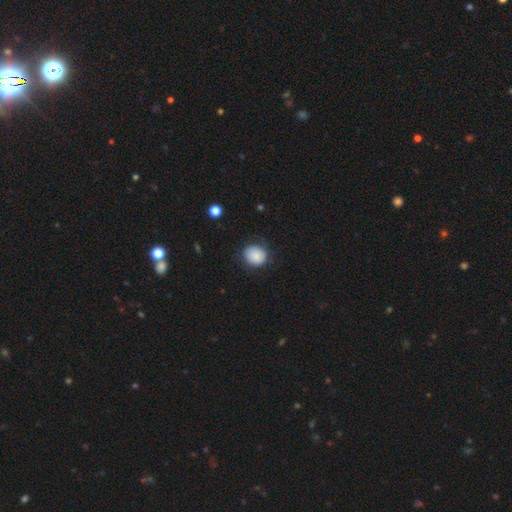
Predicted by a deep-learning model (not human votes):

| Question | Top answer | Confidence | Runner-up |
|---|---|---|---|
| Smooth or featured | smooth | 85% | star or artifact (8%) |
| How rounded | round | 78% | in between (21%) |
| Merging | none | 77% | minor disturbance (17%) |